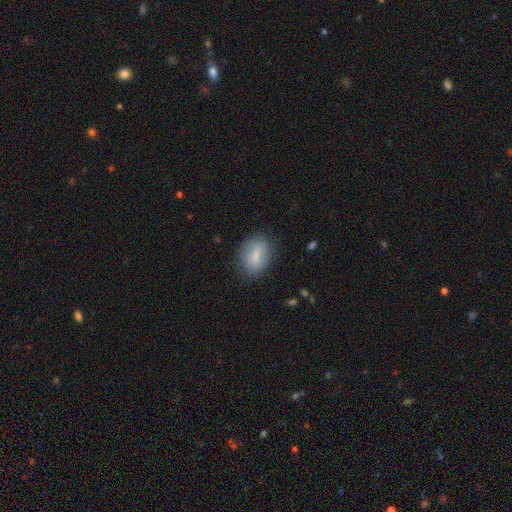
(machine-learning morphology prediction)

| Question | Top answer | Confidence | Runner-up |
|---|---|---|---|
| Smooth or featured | smooth | 70% | featured or disk (23%) |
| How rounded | in between | 80% | round (17%) |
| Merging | none | 75% | minor disturbance (18%) |